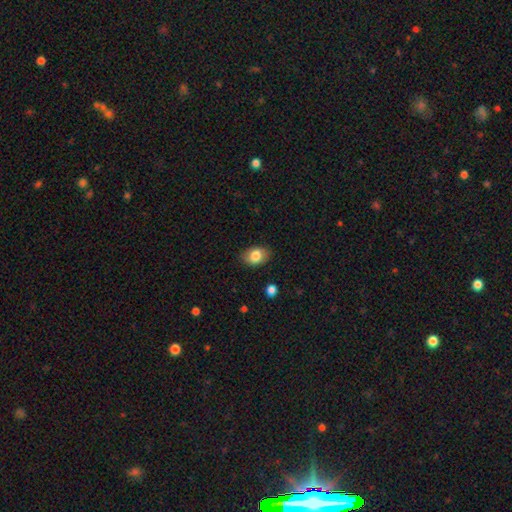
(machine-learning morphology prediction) The model was most divided on "how rounded": in between: 78%, round: 21%, cigar-shaped: 1%. More confident: merging — none (84%); smooth or featured — smooth (82%).